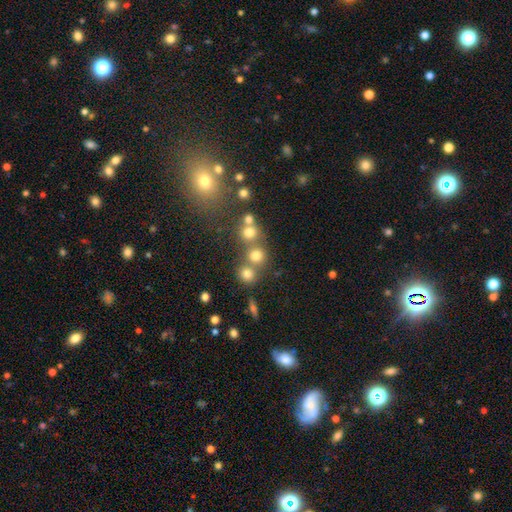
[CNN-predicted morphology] Smooth or featured: smooth — 70% (star or artifact — 19%)
How rounded: round — 86% (in between — 12%)
Merging: none — 59% (merger — 30%)